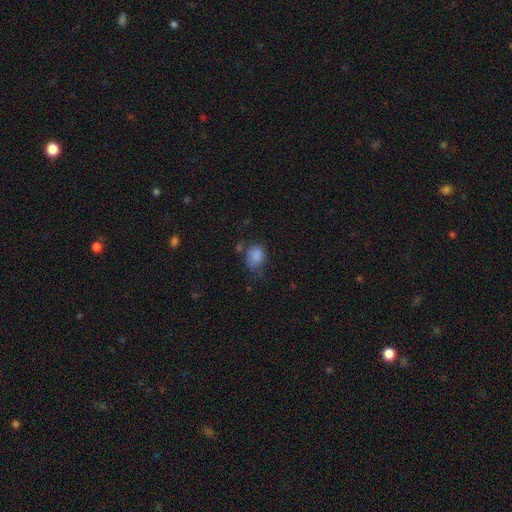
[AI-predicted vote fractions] smooth-or-featured: smooth: 82% | star or artifact: 10% | featured or disk: 7%
  how-rounded: in between: 63% | round: 36% | cigar-shaped: 1%
  merging: none: 51% | minor disturbance: 30% | major disturbance: 12% | merger: 7%